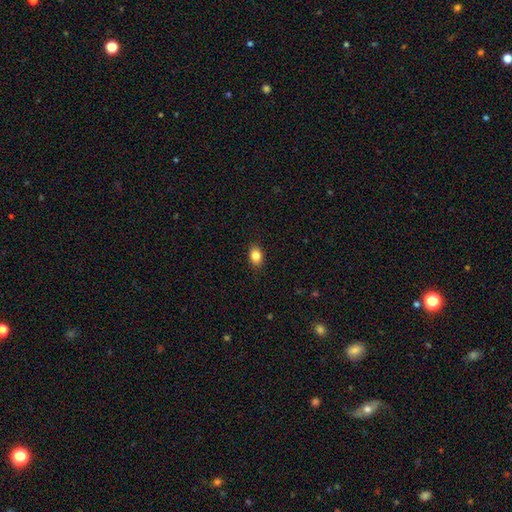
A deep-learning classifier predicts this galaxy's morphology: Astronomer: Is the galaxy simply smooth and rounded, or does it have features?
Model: smooth — 84%.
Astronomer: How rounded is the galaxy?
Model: in between — 74%.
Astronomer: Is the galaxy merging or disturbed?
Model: none — 89%.